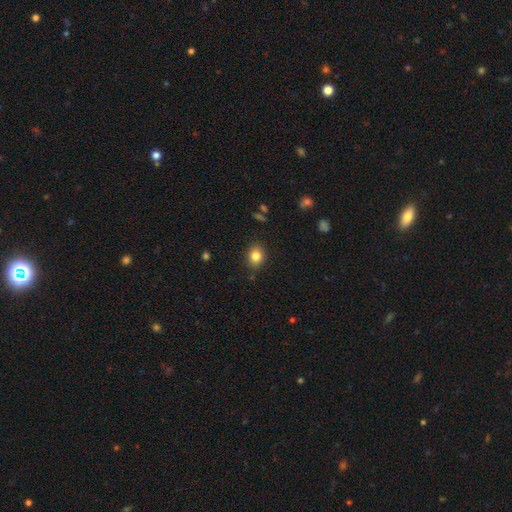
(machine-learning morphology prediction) smooth 82%, star or artifact 11%, featured or disk 7%. Down the decision tree: how rounded — round (54%); merging — none (85%).